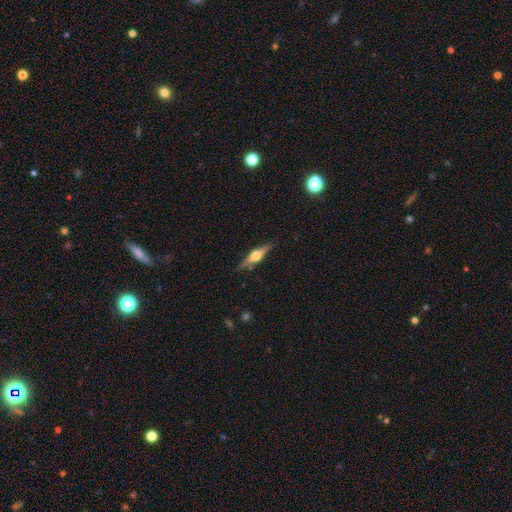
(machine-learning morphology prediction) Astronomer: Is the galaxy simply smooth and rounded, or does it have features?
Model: featured or disk — 72%.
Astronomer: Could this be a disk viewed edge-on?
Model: yes — 97%.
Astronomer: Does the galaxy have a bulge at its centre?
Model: rounded — 92%.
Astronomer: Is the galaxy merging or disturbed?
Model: none — 85%.